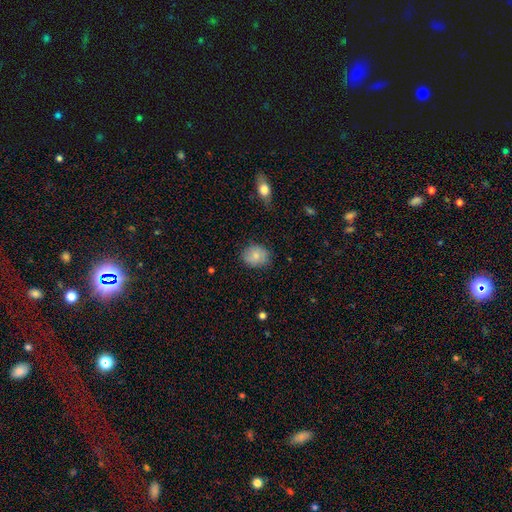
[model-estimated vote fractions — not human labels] Smooth or featured: smooth — 81% (featured or disk — 12%)
How rounded: round — 55% (in between — 44%)
Merging: none — 80% (minor disturbance — 15%)